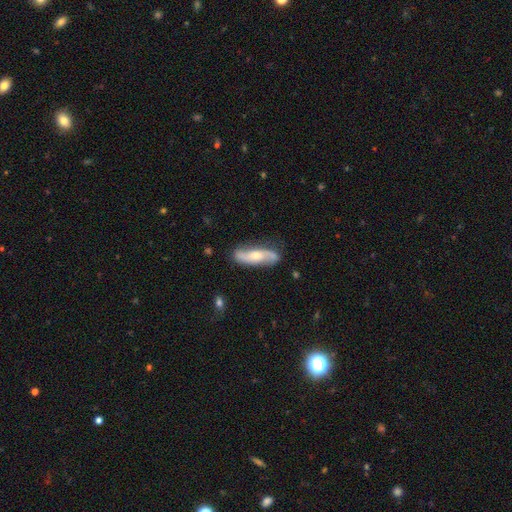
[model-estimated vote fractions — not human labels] Smooth or featured?
  - featured or disk: 66% *
  - smooth: 29%
  - star or artifact: 5%
Edge-on disk?
  - no: 81% *
  - yes: 19%
Bar?
  - no: 64% *
  - weak: 26%
  - strong: 10%
Spiral arms?
  - yes: 90% *
  - no: 10%
Bulge size?
  - moderate: 54% *
  - small: 39%
  - large: 3%
  - none: 2%
  - dominant: 1%
Merging?
  - none: 77% *
  - minor disturbance: 16%
  - major disturbance: 4%
  - merger: 2%